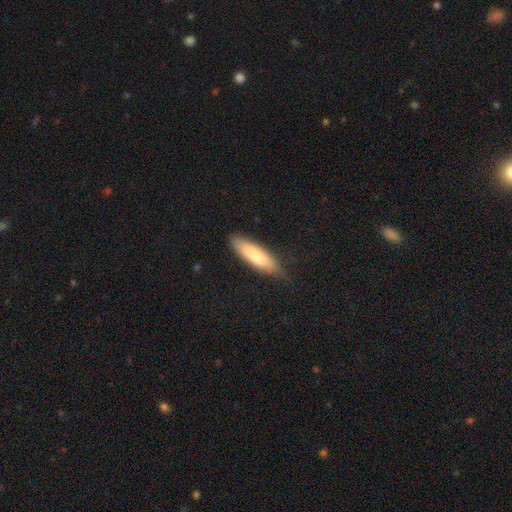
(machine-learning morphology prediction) The model was most divided on "how rounded": cigar-shaped: 52%, in between: 46%, round: 2%. More confident: smooth or featured — smooth (75%); merging — none (75%).